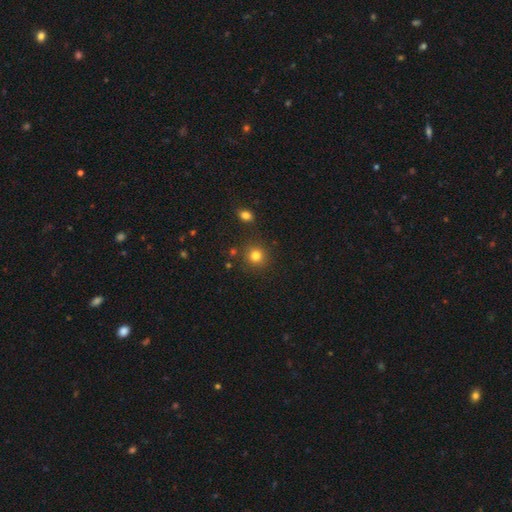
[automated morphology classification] Overall: smooth (81%). How rounded: round (90%). Merging: none (86%).